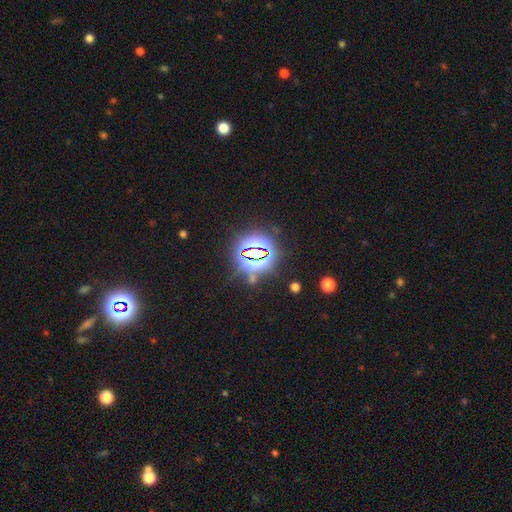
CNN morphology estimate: Smooth or featured: star or artifact — 78% (smooth — 14%)